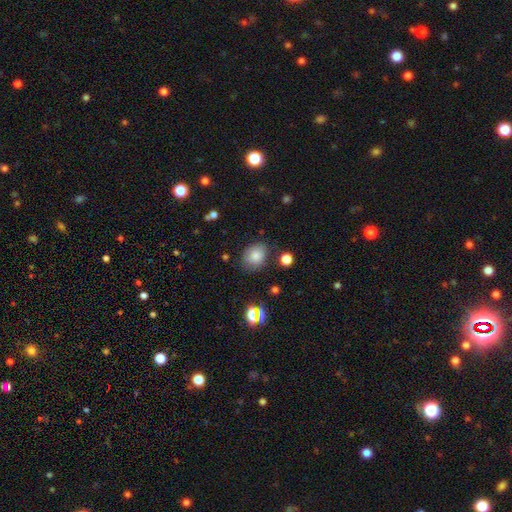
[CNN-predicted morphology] smooth-or-featured: smooth: 79% | star or artifact: 12% | featured or disk: 9%
  how-rounded: in between: 55% | round: 44% | cigar-shaped: 1%
  merging: none: 74% | minor disturbance: 18% | major disturbance: 5% | merger: 3%